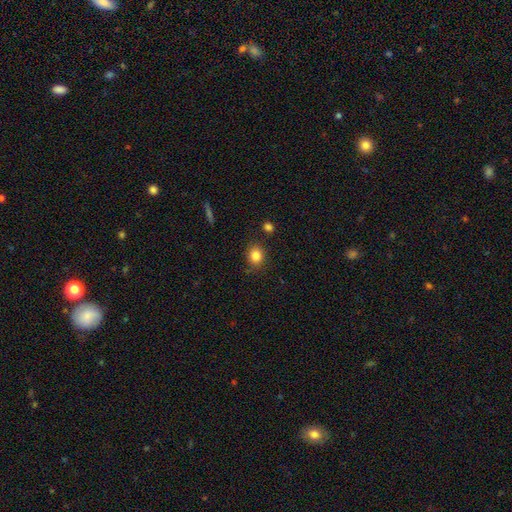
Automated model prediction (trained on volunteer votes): smooth 84%, star or artifact 10%, featured or disk 6%. Down the decision tree: how rounded — round (67%); merging — none (82%).